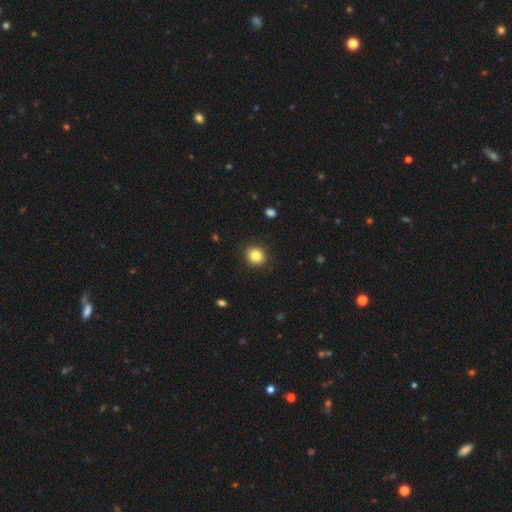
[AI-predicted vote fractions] A smooth galaxy with no disk features (83%) that is round (87%). Merging: none (91%).